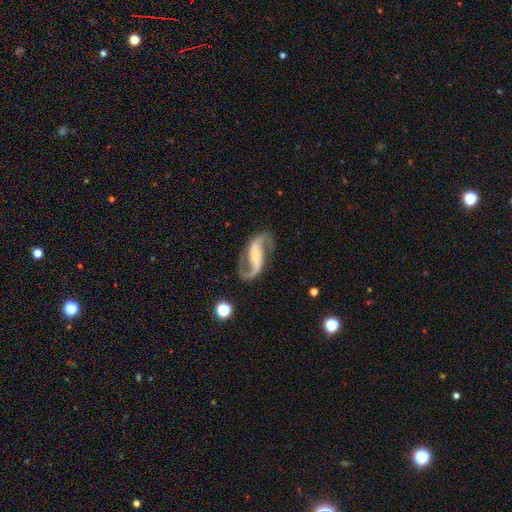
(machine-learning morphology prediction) smooth-or-featured: featured or disk: 91% | smooth: 4% | star or artifact: 4%
  disk-edge-on: no: 97% | yes: 3%
    bar: strong: 42% | weak: 32% | no: 25%
    has-spiral-arms: yes: 98% | no: 2%
      spiral-winding: loose: 56% | medium: 36% | tight: 8%
      spiral-arm-count: 2: 93% | 1: 3% | can't tell: 1% | 3: 1% | 4: 1% | more than 4: 1%
    bulge-size: small: 53% | moderate: 25% | none: 15% | large: 6% | dominant: 2%
  merging: none: 80% | minor disturbance: 11% | major disturbance: 7% | merger: 2%